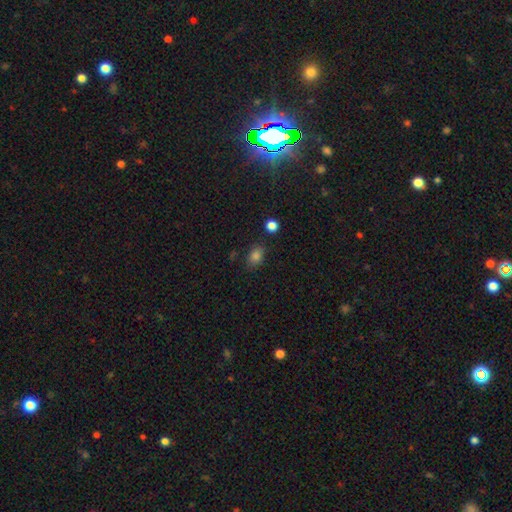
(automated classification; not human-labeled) This appears to be a smooth galaxy with no disk features (82%) that is in between round and cigar-shaped (70%). Merging: none (78%).